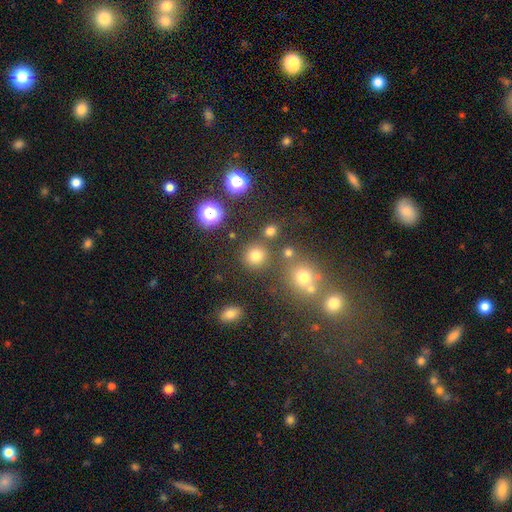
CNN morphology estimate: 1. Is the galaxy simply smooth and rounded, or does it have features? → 75% smooth, 19% star or artifact, 7% featured or disk.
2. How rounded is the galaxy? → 91% round, 8% in between, 1% cigar-shaped.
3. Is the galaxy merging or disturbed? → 81% none, 8% minor disturbance, 7% merger, 4% major disturbance.